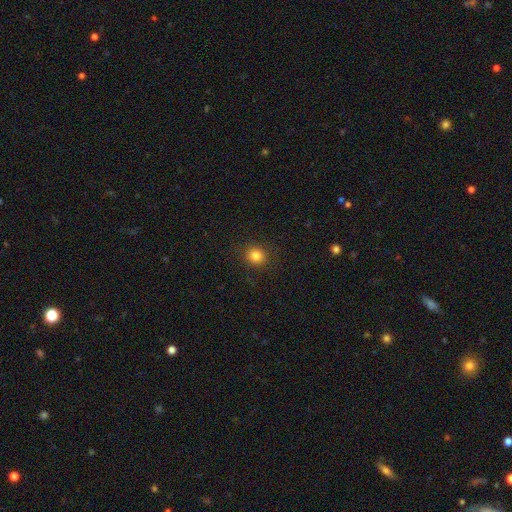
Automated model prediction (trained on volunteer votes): A smooth galaxy with no disk features (83%) that is round (89%). Merging: none (91%).